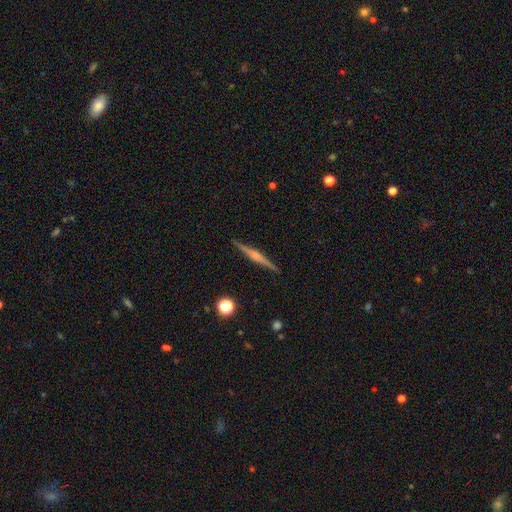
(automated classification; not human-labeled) A featured or disk galaxy (72%) viewed edge-on (98%) with a rounded central bulge (58%). Merging: none (91%).